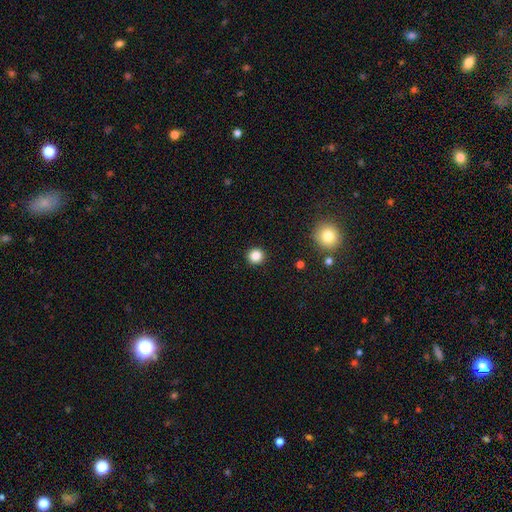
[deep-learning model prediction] Q: Smooth or featured?
A: smooth (85%); runner-up: star or artifact (11%)
Q: How rounded?
A: round (93%); runner-up: in between (6%)
Q: Merging?
A: none (92%); runner-up: minor disturbance (5%)